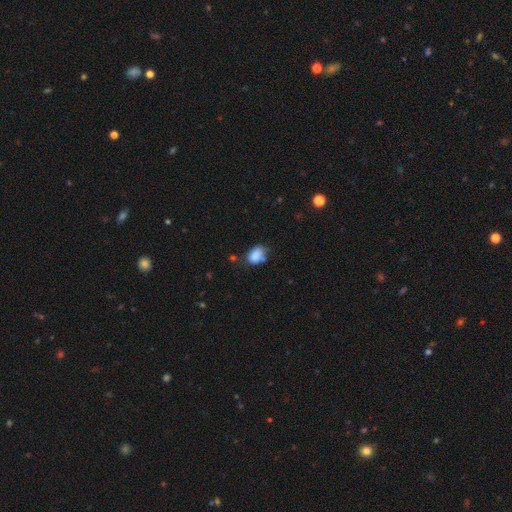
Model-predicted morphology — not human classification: Smooth or featured: smooth — 82% (star or artifact — 9%)
How rounded: in between — 79% (round — 19%)
Merging: none — 49% (minor disturbance — 27%)